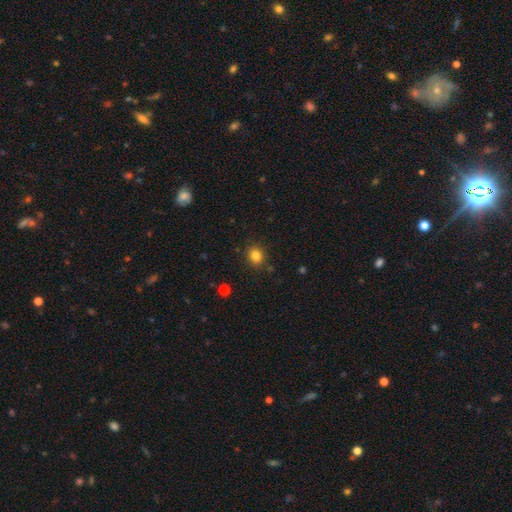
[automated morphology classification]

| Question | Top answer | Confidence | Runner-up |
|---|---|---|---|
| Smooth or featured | smooth | 83% | star or artifact (12%) |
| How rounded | round | 67% | in between (32%) |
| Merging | none | 85% | minor disturbance (10%) |